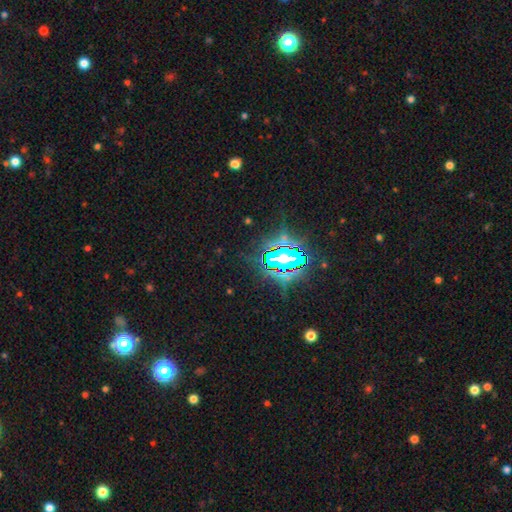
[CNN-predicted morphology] star or artifact 84%, smooth 10%, featured or disk 7%.